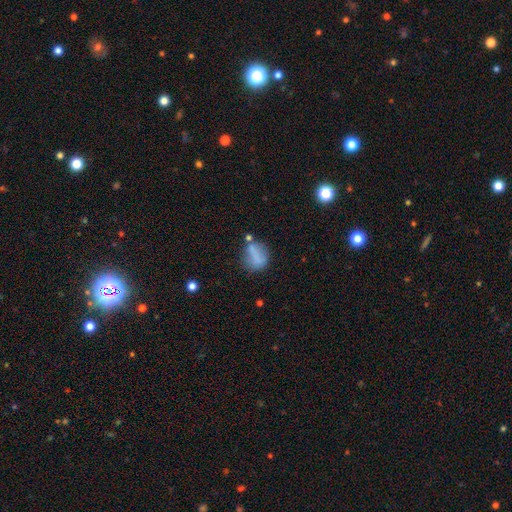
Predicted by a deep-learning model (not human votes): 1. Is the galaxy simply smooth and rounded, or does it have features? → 70% smooth, 19% featured or disk, 11% star or artifact.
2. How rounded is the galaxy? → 48% in between, 47% round, 4% cigar-shaped.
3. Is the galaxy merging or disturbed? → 50% none, 24% minor disturbance, 14% major disturbance, 13% merger.